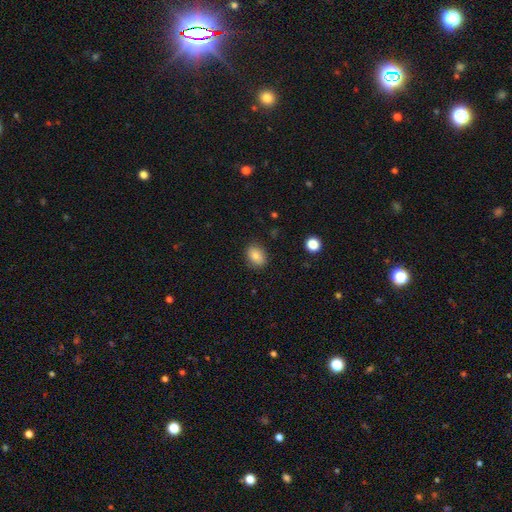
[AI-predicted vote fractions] A smooth galaxy with no disk features (83%) that is in between round and cigar-shaped (70%). Merging: none (86%).